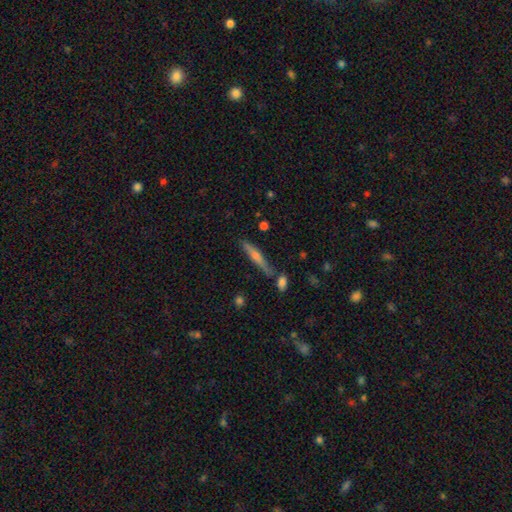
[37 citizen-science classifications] Smooth or featured: smooth — 51% (featured or disk — 43%)
How rounded: cigar-shaped — 84% (in between — 11%)
Merging: none — 71% (minor disturbance — 20%)